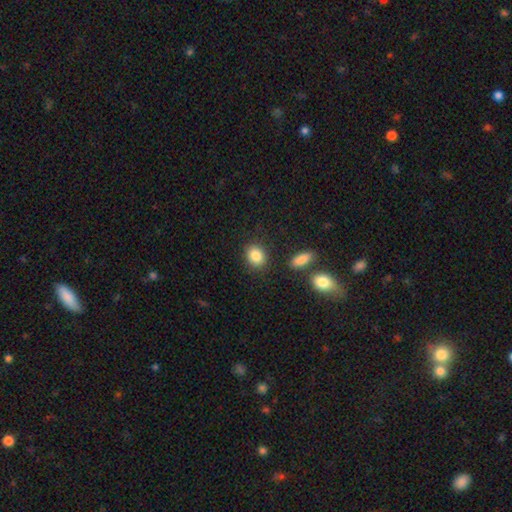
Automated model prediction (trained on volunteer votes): This appears to be a smooth galaxy with no disk features (86%) that is round (53%). Merging: none (84%).